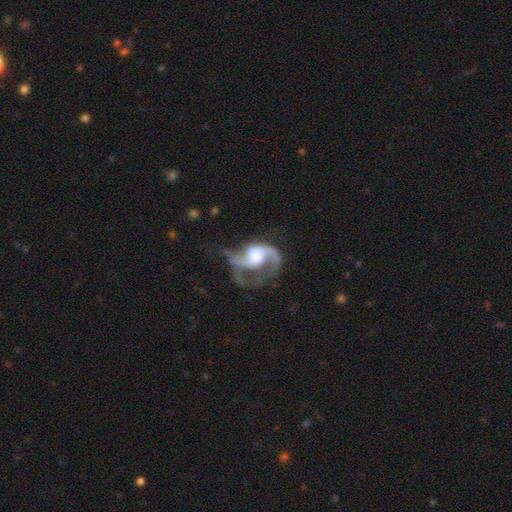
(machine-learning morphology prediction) Smooth or featured: featured or disk — 84% (smooth — 10%)
Edge-on disk: no — 98% (yes — 2%)
Bar: no — 58% (weak — 33%)
Spiral arms: yes — 92% (no — 8%)
Spiral winding: medium — 44% (tied with loose — 44%)
Spiral arm count: 2 — 54% (1 — 18%)
Bulge size: moderate — 39% (large — 37%)
Merging: major disturbance — 42% (none — 35%)